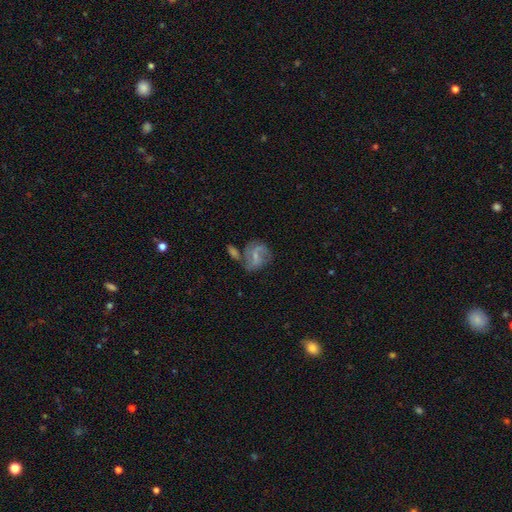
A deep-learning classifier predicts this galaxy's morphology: Smooth or featured?
  - featured or disk: 56% *
  - smooth: 35%
  - star or artifact: 9%
Edge-on disk?
  - no: 97% *
  - yes: 3%
Bar?
  - weak: 45% *
  - no: 41%
  - strong: 14%
Spiral arms?
  - yes: 77% *
  - no: 23%
Bulge size?
  - small: 62% *
  - moderate: 27%
  - none: 8%
  - large: 2%
  - dominant: 1%
Merging?
  - none: 47% *
  - minor disturbance: 21%
  - merger: 20%
  - major disturbance: 12%